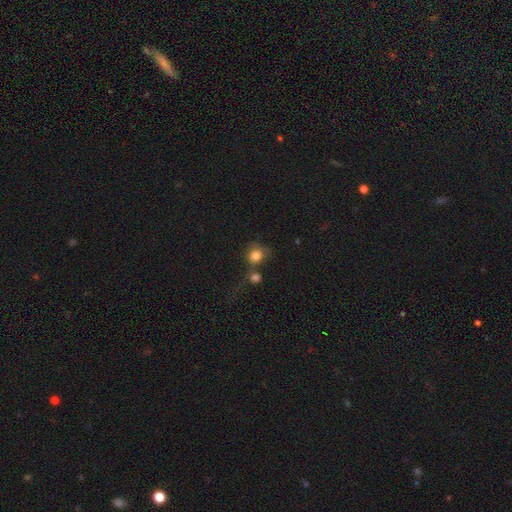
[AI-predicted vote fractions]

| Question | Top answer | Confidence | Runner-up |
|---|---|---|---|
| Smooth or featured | smooth | 80% | star or artifact (10%) |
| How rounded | round | 80% | in between (19%) |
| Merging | none | 42% | merger (29%) |